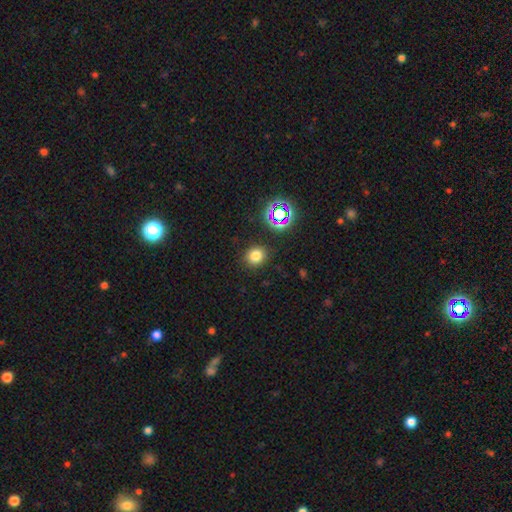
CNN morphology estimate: Smooth or featured?
  - smooth: 75% *
  - star or artifact: 19%
  - featured or disk: 6%
How rounded?
  - round: 83% *
  - in between: 16%
  - cigar-shaped: 1%
Merging?
  - none: 88% *
  - minor disturbance: 7%
  - major disturbance: 3%
  - merger: 2%